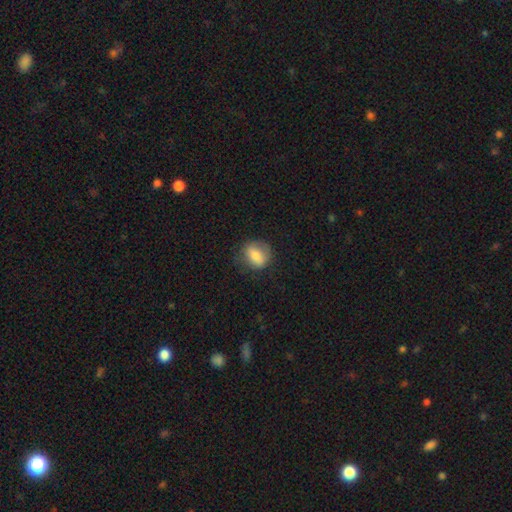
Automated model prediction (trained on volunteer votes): Overall: smooth (73%). How rounded: round (56%; in between 43%). Merging: none (74%).